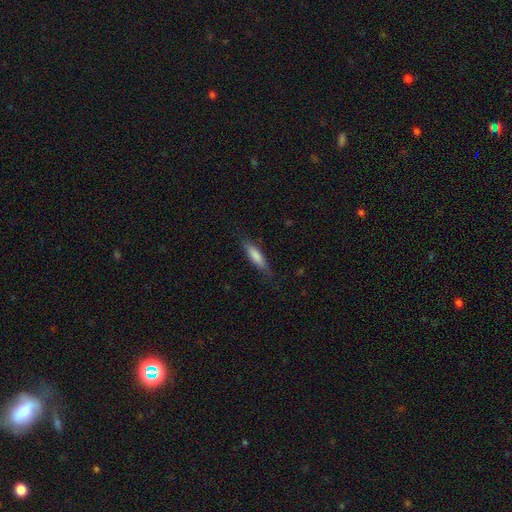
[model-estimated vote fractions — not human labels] Smooth or featured?
  - smooth: 77% *
  - featured or disk: 17%
  - star or artifact: 6%
How rounded?
  - cigar-shaped: 75% *
  - in between: 23%
  - round: 1%
Merging?
  - none: 80% *
  - minor disturbance: 16%
  - major disturbance: 3%
  - merger: 1%